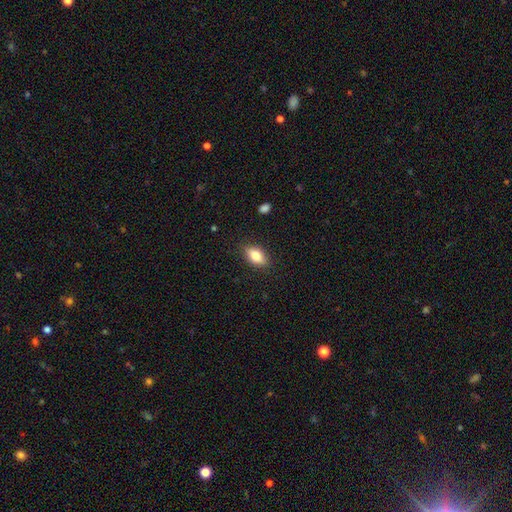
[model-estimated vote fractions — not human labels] smooth-or-featured: smooth: 76% | featured or disk: 16% | star or artifact: 8%
  how-rounded: in between: 85% | cigar-shaped: 8% | round: 7%
  merging: none: 86% | minor disturbance: 11% | major disturbance: 3% | merger: 1%